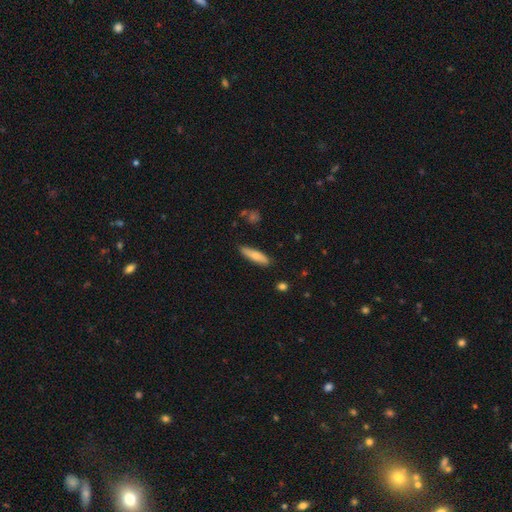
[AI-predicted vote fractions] Smooth or featured? smooth (78%)
How rounded? cigar-shaped (73%)
Merging? none (82%)